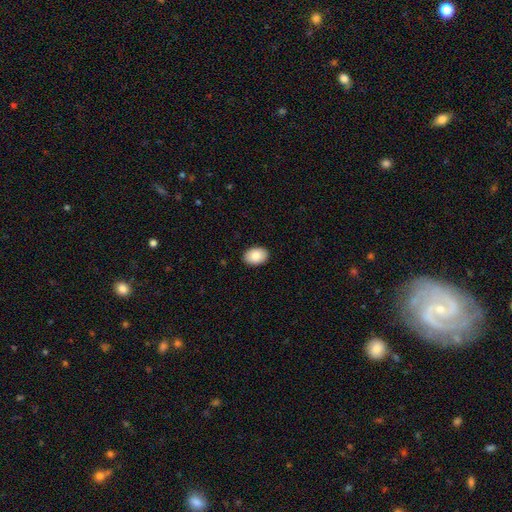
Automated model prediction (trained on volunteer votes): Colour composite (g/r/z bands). It shows a smooth galaxy with no disk features (85%) that is in between round and cigar-shaped (83%). Merging: none (91%).